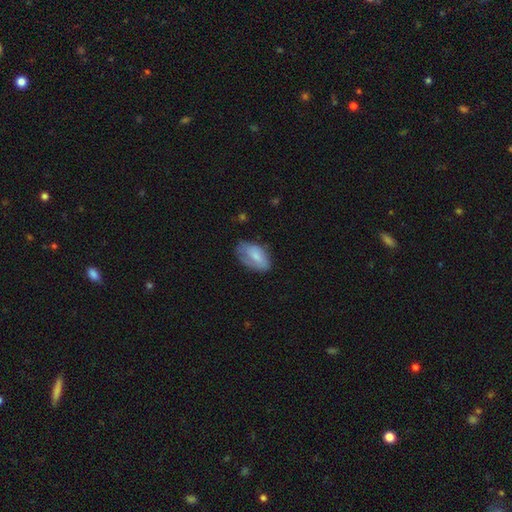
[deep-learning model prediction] Smooth or featured?
  - smooth: 69% *
  - featured or disk: 24%
  - star or artifact: 7%
How rounded?
  - in between: 93% *
  - round: 4%
  - cigar-shaped: 3%
Merging?
  - none: 53% *
  - minor disturbance: 32%
  - major disturbance: 13%
  - merger: 2%